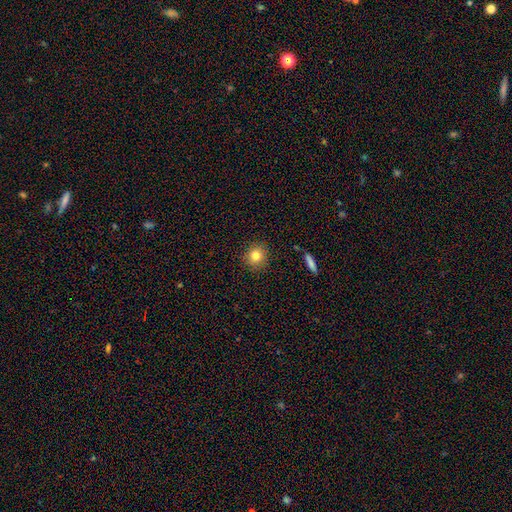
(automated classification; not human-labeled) smooth 80%, star or artifact 11%, featured or disk 10%. Down the decision tree: how rounded — round (88%); merging — none (88%).